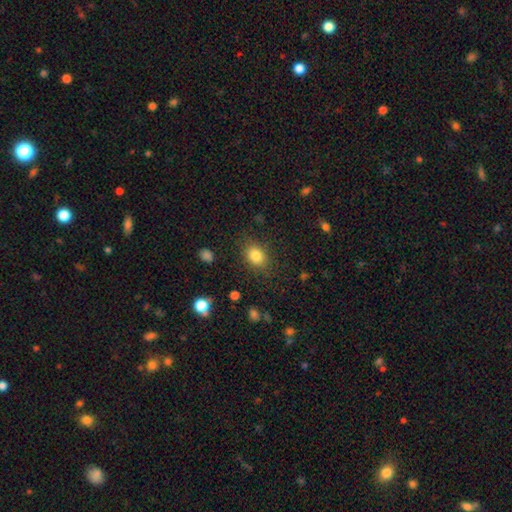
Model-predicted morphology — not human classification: Smooth or featured? Predicted: smooth (p=0.82). How rounded? Predicted: in between (p=0.60). Merging? Predicted: none (p=0.82).